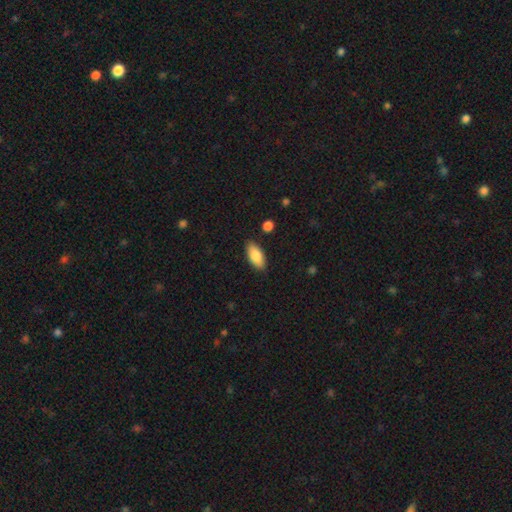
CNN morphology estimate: smooth_or_featured: smooth (p=0.86) [alt: featured or disk p=0.08]
how_rounded: in between (p=0.89) [alt: cigar-shaped p=0.09]
merging: none (p=0.87) [alt: minor disturbance p=0.09]